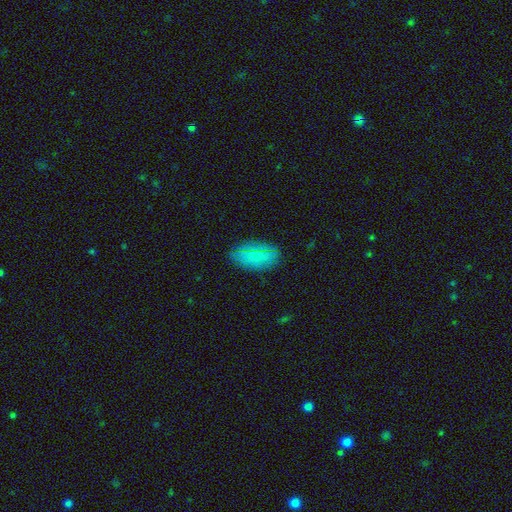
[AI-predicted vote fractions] A smooth galaxy with no disk features (79%) that is in between round and cigar-shaped (93%). Merging: none (79%).